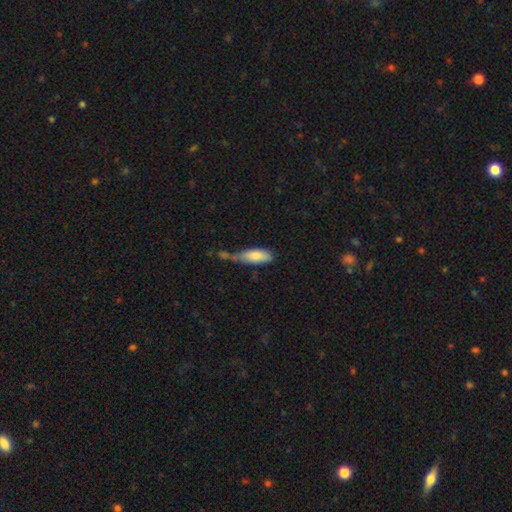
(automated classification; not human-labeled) Morphology: type=smooth (76%); roundness=in between (67%); merging=none (32%).